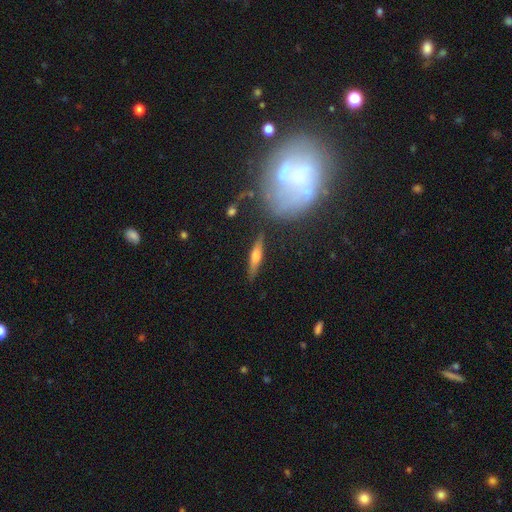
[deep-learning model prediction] The model was most divided on "smooth or featured": featured or disk: 65%, smooth: 27%, star or artifact: 8%. More confident: edge-on disk — yes (93%); edge-on bulge — rounded (88%); merging — none (83%).